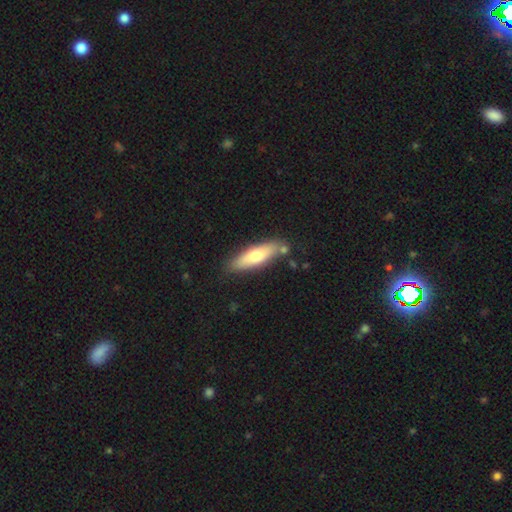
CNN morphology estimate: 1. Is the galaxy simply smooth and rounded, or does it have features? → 65% smooth, 29% featured or disk, 5% star or artifact.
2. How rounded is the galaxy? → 61% cigar-shaped, 37% in between, 2% round.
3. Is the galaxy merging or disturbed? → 80% none, 12% minor disturbance, 6% merger, 3% major disturbance.